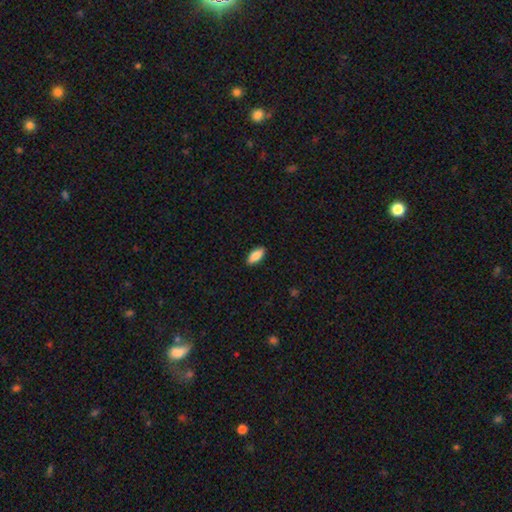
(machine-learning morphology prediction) A smooth galaxy with no disk features (85%) that is in between round and cigar-shaped (84%). Merging: none (90%).